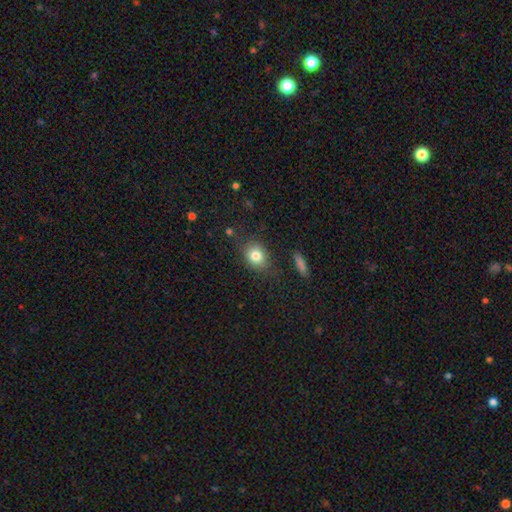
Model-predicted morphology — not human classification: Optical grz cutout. It shows a smooth galaxy with no disk features (81%) that is round (49%, tied with in between). Merging: none (76%).